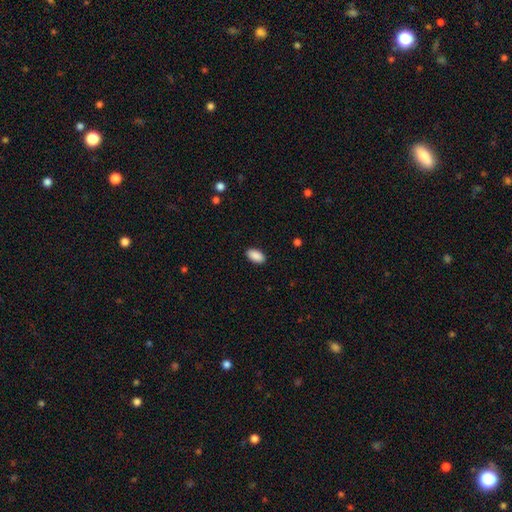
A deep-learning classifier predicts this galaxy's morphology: smooth 90%, star or artifact 7%, featured or disk 3%. Down the decision tree: how rounded — in between (94%); merging — none (89%).